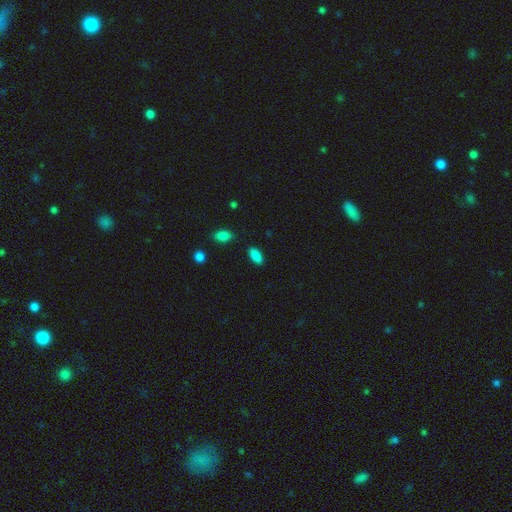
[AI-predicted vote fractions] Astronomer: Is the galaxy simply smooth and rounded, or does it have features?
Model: smooth — 88%.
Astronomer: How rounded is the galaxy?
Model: in between — 90%.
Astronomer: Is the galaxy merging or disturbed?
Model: none — 85%.